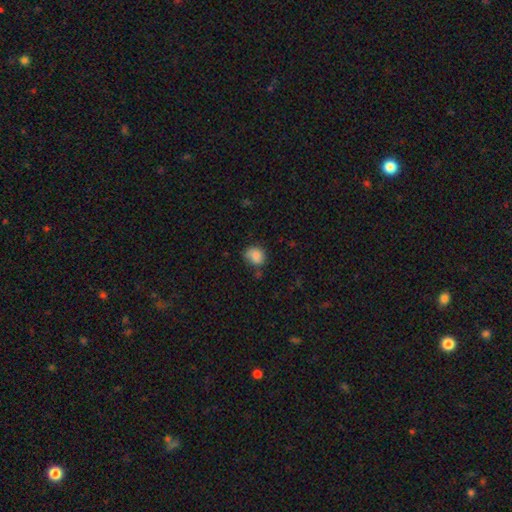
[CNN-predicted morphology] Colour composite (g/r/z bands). It shows a smooth galaxy with no disk features (84%) that is round (63%). Merging: none (58%).